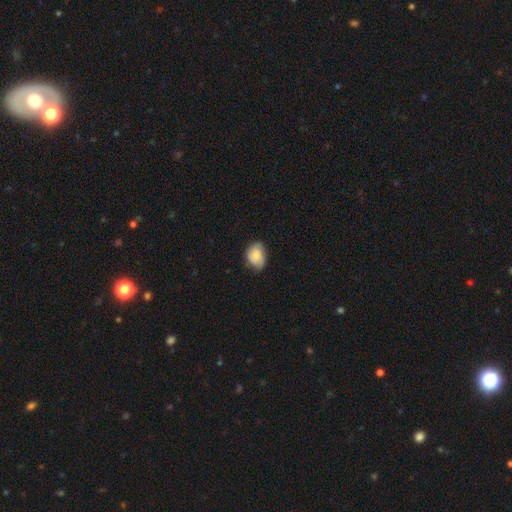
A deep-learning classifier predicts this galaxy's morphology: Smooth or featured? smooth (74%)
How rounded? in between (67%)
Merging? none (67%)